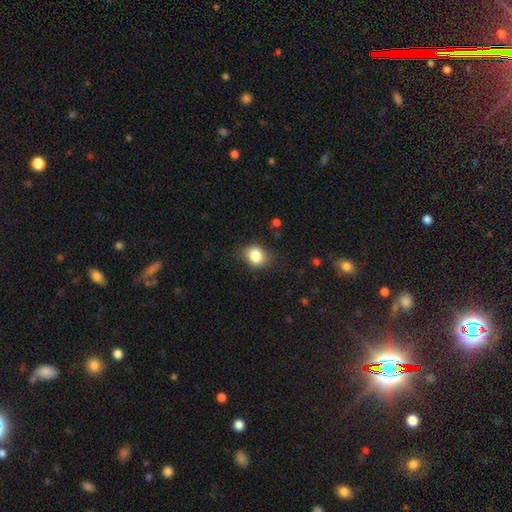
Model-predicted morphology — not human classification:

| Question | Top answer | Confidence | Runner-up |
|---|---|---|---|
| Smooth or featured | smooth | 82% | star or artifact (10%) |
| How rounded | round | 57% | in between (42%) |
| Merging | none | 77% | minor disturbance (17%) |